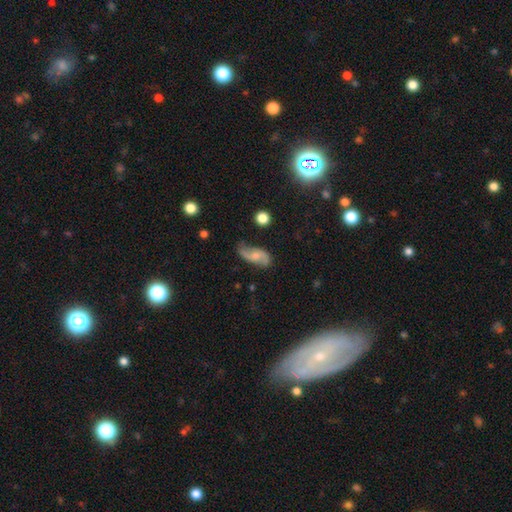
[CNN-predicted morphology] Smooth or featured: featured or disk — 70% (smooth — 23%)
Edge-on disk: no — 95% (yes — 5%)
Bar: no — 62% (weak — 32%)
Spiral arms: yes — 93% (no — 7%)
Spiral winding: loose — 71% (medium — 22%)
Spiral arm count: 2 — 90% (can't tell — 4%)
Bulge size: small — 50% (moderate — 34%)
Merging: none — 66% (minor disturbance — 23%)